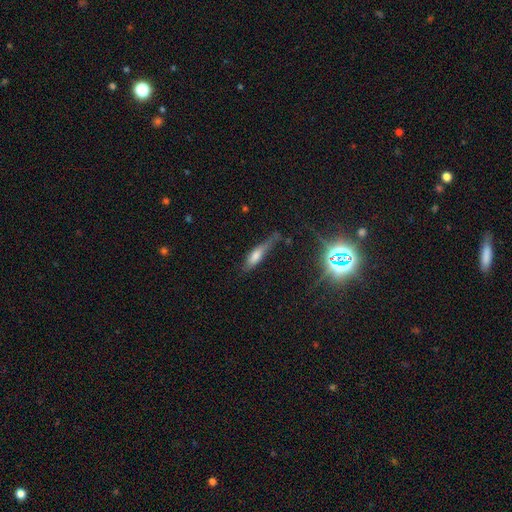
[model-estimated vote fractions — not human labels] Morphology: type=smooth (65%); roundness=cigar-shaped (62%); merging=none (46%).